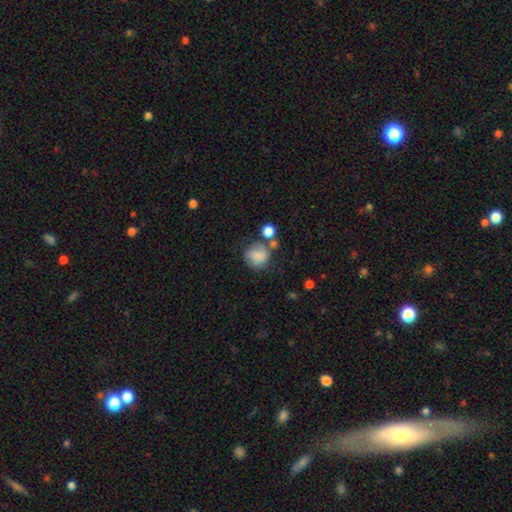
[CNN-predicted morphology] The model was most divided on "merging": none: 51%, minor disturbance: 20%, merger: 19%, major disturbance: 10%. More confident: how rounded — round (81%); smooth or featured — smooth (73%).